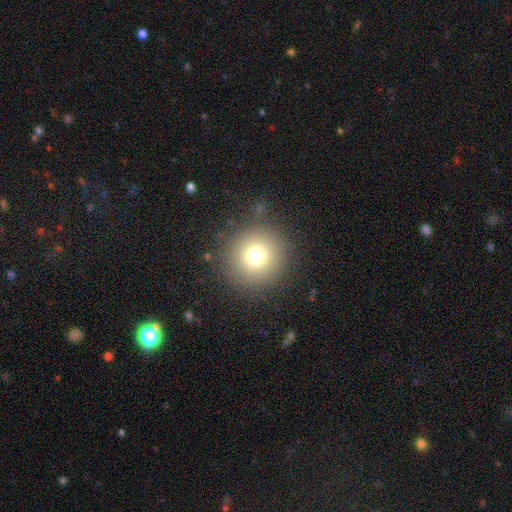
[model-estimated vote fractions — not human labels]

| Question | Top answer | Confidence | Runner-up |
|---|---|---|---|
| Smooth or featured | smooth | 75% | star or artifact (15%) |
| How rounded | round | 95% | in between (4%) |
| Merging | none | 88% | minor disturbance (7%) |